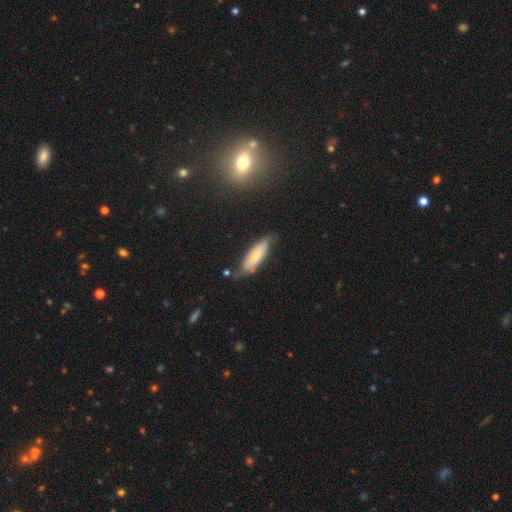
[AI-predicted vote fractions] smooth 61%, featured or disk 32%, star or artifact 7%. Down the decision tree: how rounded — in between (53%); merging — none (63%).